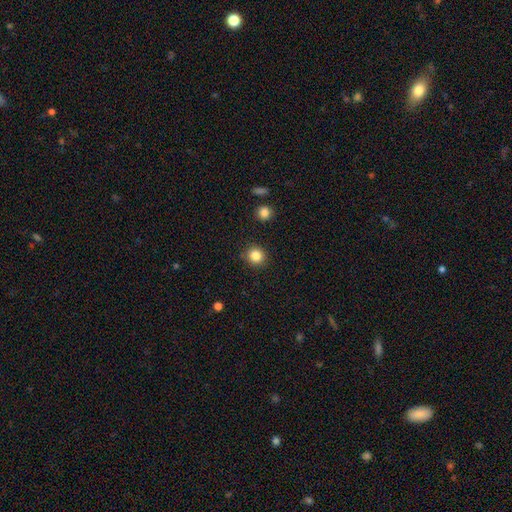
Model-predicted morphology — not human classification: Q: Smooth or featured?
A: smooth (84%); runner-up: star or artifact (11%)
Q: How rounded?
A: round (90%); runner-up: in between (9%)
Q: Merging?
A: none (90%); runner-up: minor disturbance (6%)